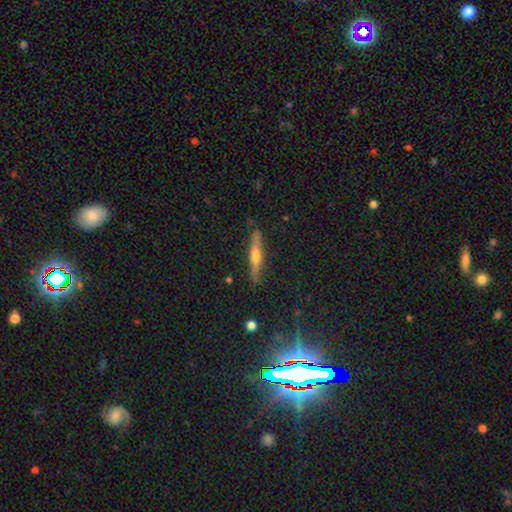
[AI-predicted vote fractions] Smooth or featured? Predicted: featured or disk (p=0.57). Edge-on disk? Predicted: yes (p=0.95). Edge-on bulge? Predicted: rounded (p=0.85). Merging? Predicted: none (p=0.88).